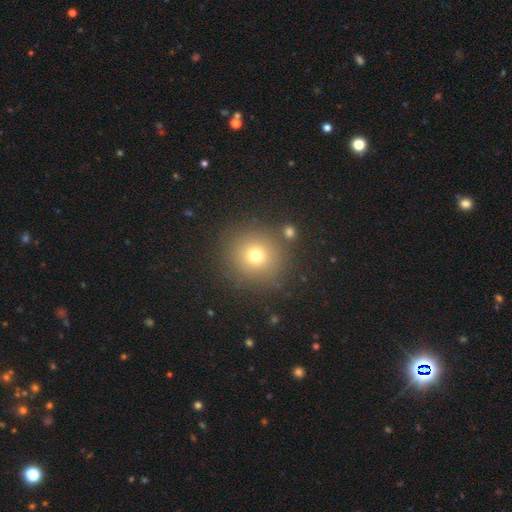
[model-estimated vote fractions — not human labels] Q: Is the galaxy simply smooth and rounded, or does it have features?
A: smooth — 71%.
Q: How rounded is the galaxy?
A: round — 93%.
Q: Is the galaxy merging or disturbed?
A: none — 84%.